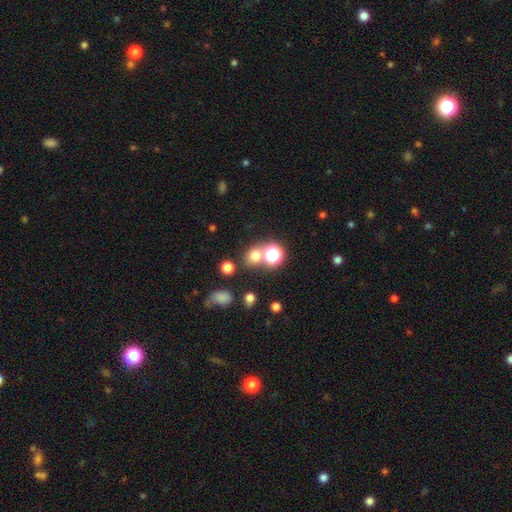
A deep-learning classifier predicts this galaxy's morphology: type=smooth (66%); roundness=round (80%); merging=none (64%).